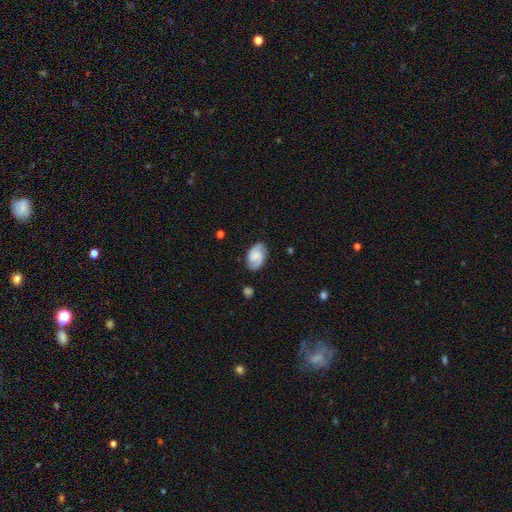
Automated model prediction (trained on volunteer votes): A featured or disk galaxy (68%) with no bar (49%), 2 (87%) medium (46%) spiral arms (95%) and no central bulge (40%). Merging: none (79%).